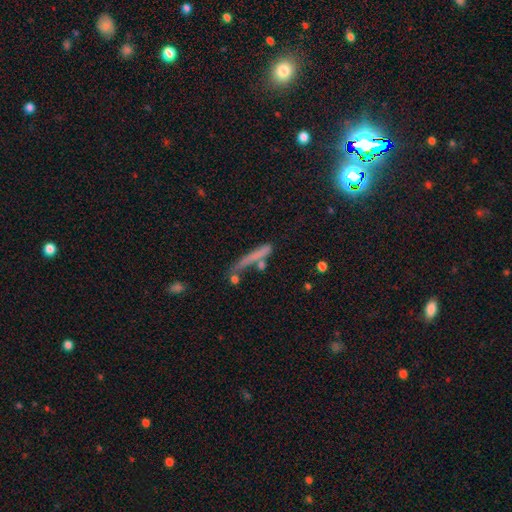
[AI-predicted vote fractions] Overall: smooth (58%; featured or disk 30%). How rounded: cigar-shaped (92%). Merging: none (55%; minor disturbance 19%).